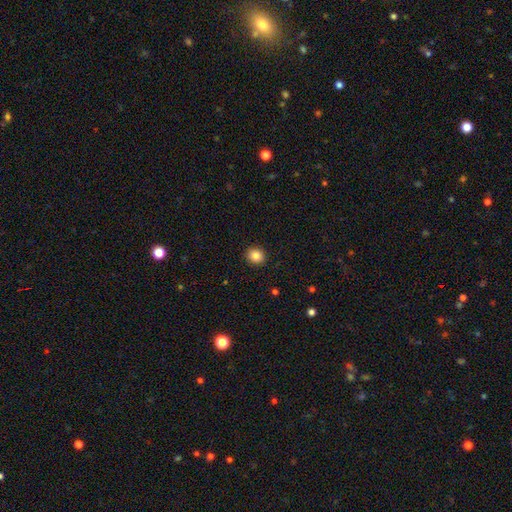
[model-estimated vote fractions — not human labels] Smooth or featured: smooth — 86% (star or artifact — 10%)
How rounded: round — 80% (in between — 19%)
Merging: none — 92% (minor disturbance — 5%)